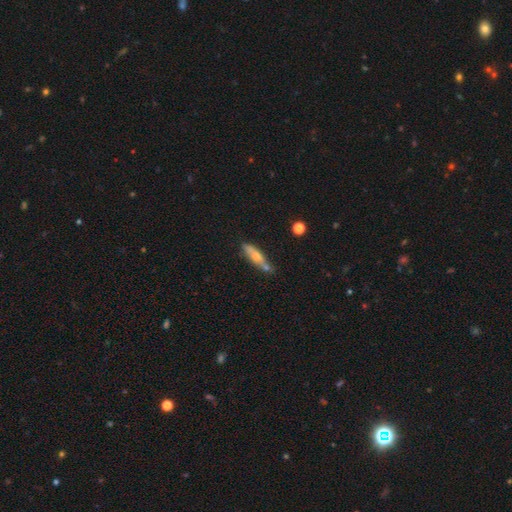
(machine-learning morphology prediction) This is likely a smooth galaxy (60%). How rounded: likely cigar-shaped (69%). Merging: possibly none (55%).